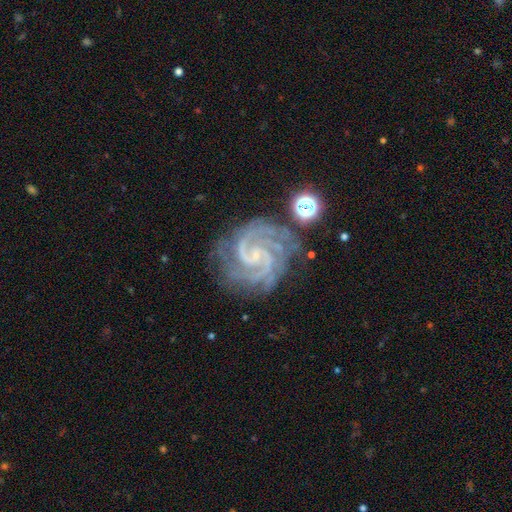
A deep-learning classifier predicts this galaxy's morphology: smooth-or-featured: featured or disk: 92% | star or artifact: 5% | smooth: 2%
  disk-edge-on: no: 98% | yes: 2%
    bar: no: 48% | weak: 38% | strong: 14%
    has-spiral-arms: yes: 99% | no: 1%
      spiral-winding: tight: 66% | medium: 31% | loose: 3%
      spiral-arm-count: 2: 41% | 3: 29% | 4: 11% | can't tell: 8% | more than 4: 6% | 1: 6%
    bulge-size: small: 77% | none: 14% | moderate: 7% | large: 1% | dominant: 1%
  merging: none: 72% | minor disturbance: 17% | major disturbance: 7% | merger: 3%